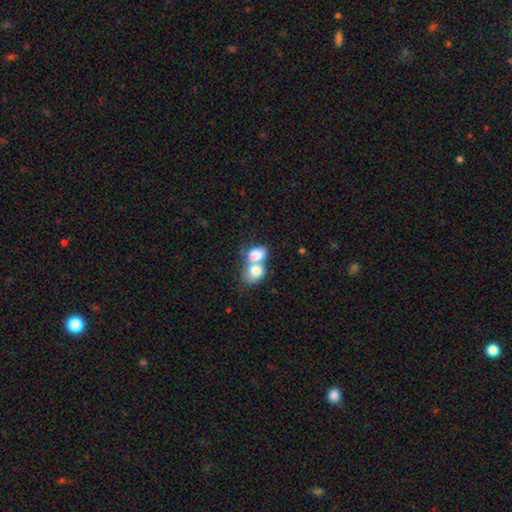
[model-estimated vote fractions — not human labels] smooth 77%, featured or disk 16%, star or artifact 7%. Down the decision tree: how rounded — in between (67%); merging — merger (76%).